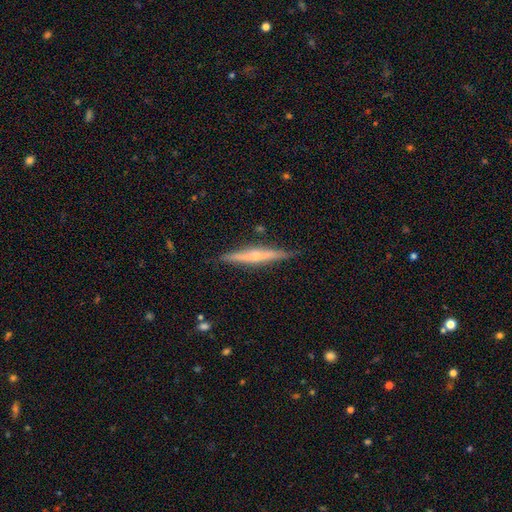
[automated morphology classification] Smooth or featured? Predicted: featured or disk (p=0.69). Edge-on disk? Predicted: yes (p=0.97). Edge-on bulge? Predicted: rounded (p=0.81). Merging? Predicted: none (p=0.87).